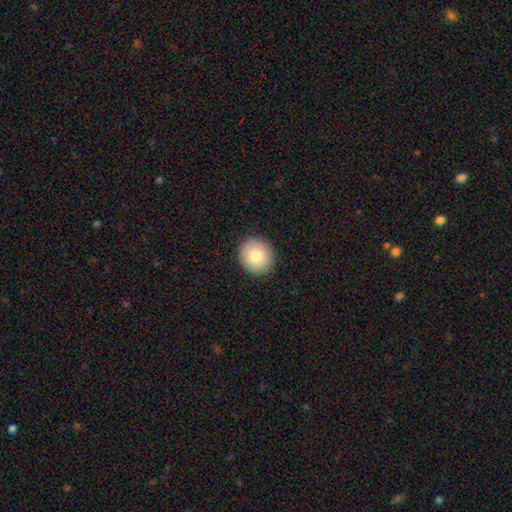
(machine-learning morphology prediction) smooth-or-featured: smooth: 83% | featured or disk: 9% | star or artifact: 8%
  how-rounded: round: 86% | in between: 13% | cigar-shaped: 1%
  merging: none: 92% | minor disturbance: 6% | major disturbance: 2% | merger: 1%